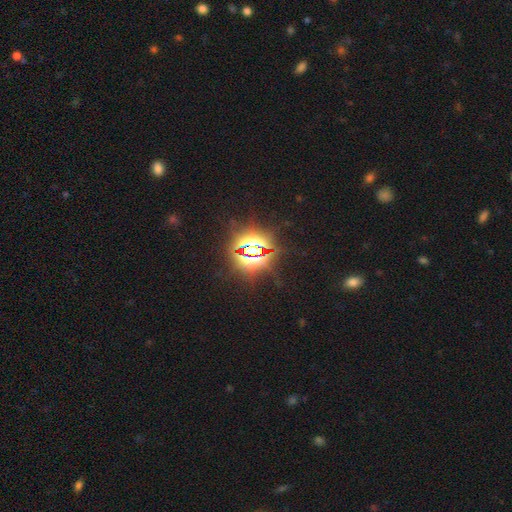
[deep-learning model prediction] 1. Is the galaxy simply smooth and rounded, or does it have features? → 82% star or artifact, 10% smooth, 8% featured or disk.